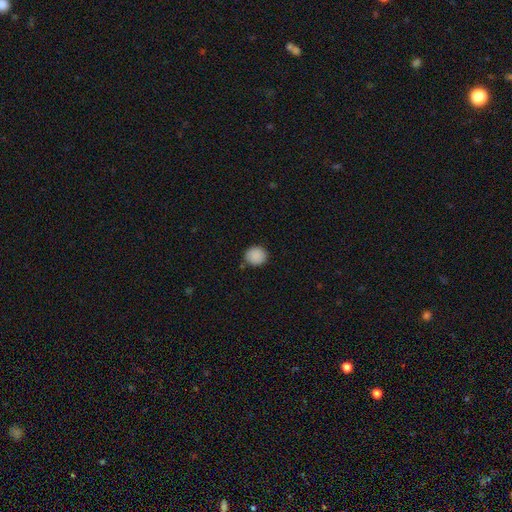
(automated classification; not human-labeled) This appears to be a smooth galaxy with no disk features (89%) that is round (87%). Merging: none (83%).